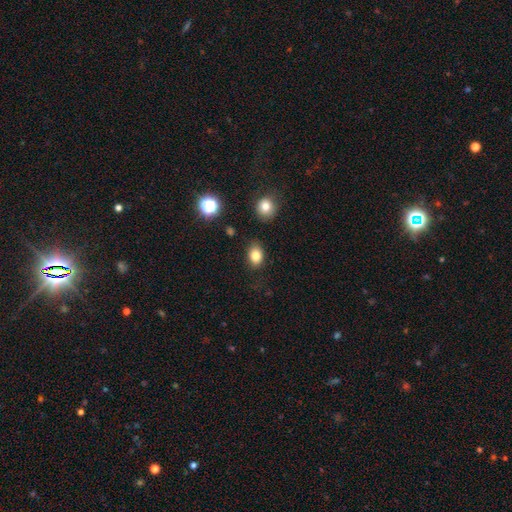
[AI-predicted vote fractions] smooth 82%, star or artifact 11%, featured or disk 7%. Down the decision tree: how rounded — in between (73%); merging — none (82%).